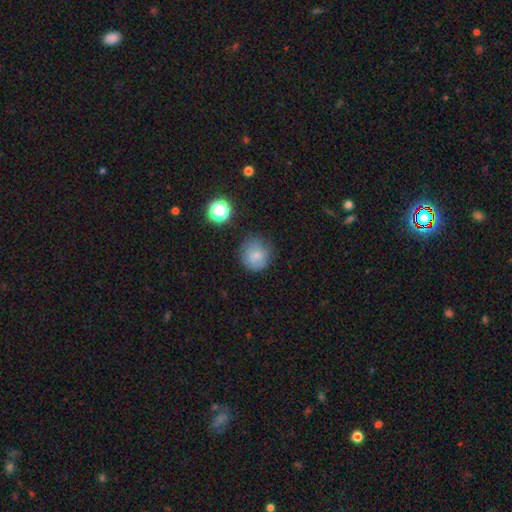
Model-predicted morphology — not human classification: Q: Smooth or featured?
A: smooth (79%); runner-up: star or artifact (12%)
Q: How rounded?
A: round (89%); runner-up: in between (10%)
Q: Merging?
A: none (74%); runner-up: minor disturbance (18%)